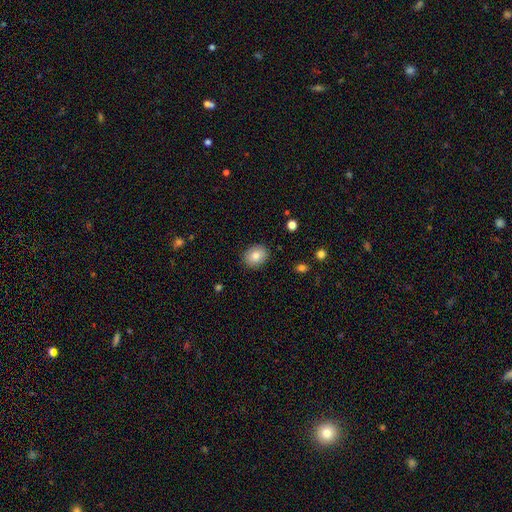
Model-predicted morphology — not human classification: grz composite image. It shows a smooth galaxy with no disk features (81%) that is round (61%). Merging: none (89%).